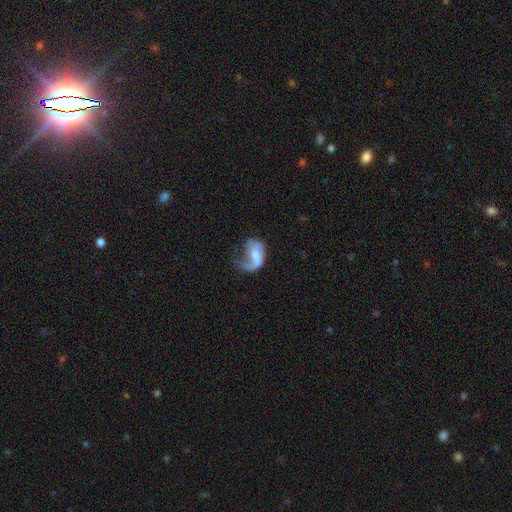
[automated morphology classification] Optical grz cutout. It shows a featured or disk galaxy (61%) with no bar (49%), spiral arms (80%) and a moderate central bulge (40%). Merging: major disturbance (53%).